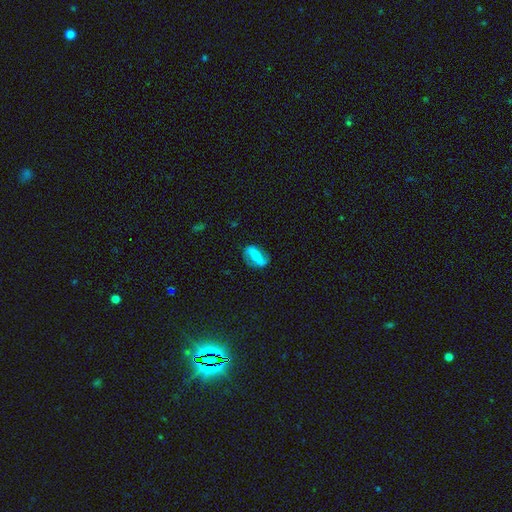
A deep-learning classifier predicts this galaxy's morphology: Smooth or featured? featured or disk (61%)
Edge-on disk? no (90%)
Bar? strong (60%)
Spiral arms? yes (74%)
Bulge size? small (49%)
Merging? none (75%)